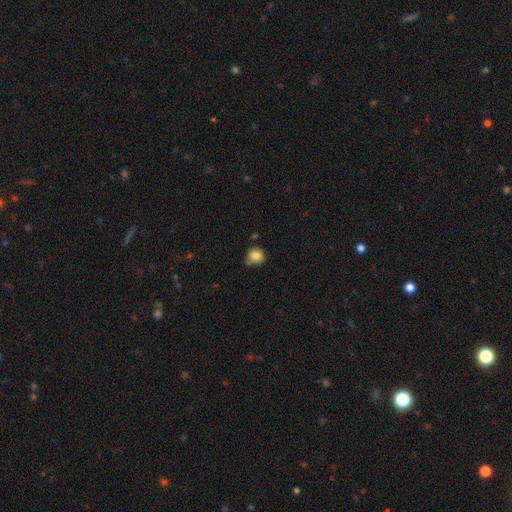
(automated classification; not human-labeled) smooth_or_featured: smooth (p=0.83) [alt: star or artifact p=0.10]
how_rounded: round (p=0.80) [alt: in between p=0.19]
merging: none (p=0.58) [alt: minor disturbance p=0.30]